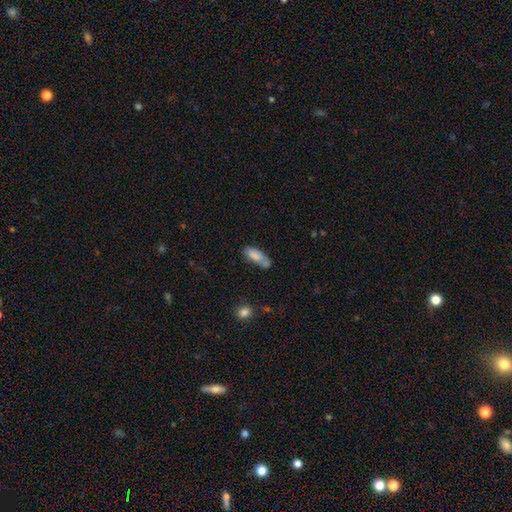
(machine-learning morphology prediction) smooth 79%, featured or disk 14%, star or artifact 7%. Down the decision tree: how rounded — in between (73%); merging — none (48%).